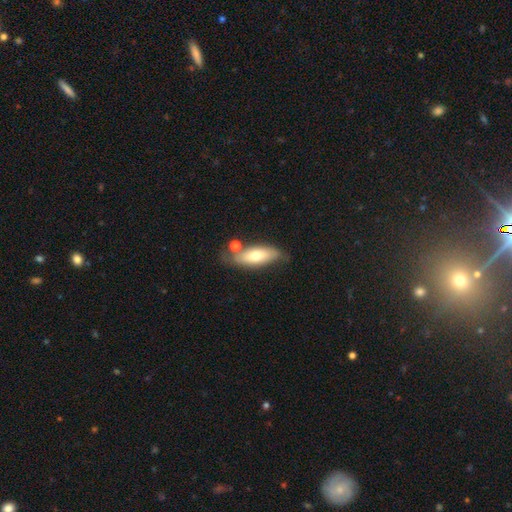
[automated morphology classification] Smooth or featured: smooth — 66% (featured or disk — 28%)
How rounded: in between — 70% (cigar-shaped — 28%)
Merging: none — 61% (minor disturbance — 20%)